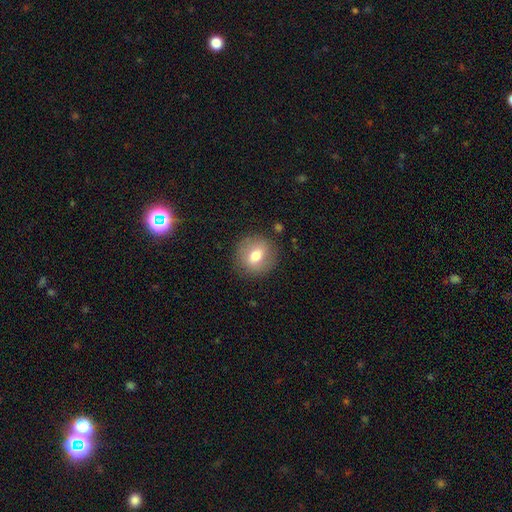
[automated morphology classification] Q: Smooth or featured?
A: smooth (68%); runner-up: featured or disk (24%)
Q: How rounded?
A: round (80%); runner-up: in between (18%)
Q: Merging?
A: none (84%); runner-up: minor disturbance (10%)